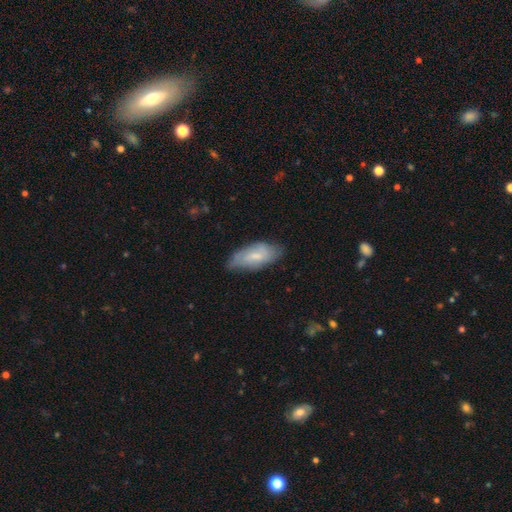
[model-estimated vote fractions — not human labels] smooth_or_featured: smooth (p=0.59) [alt: featured or disk p=0.34]
how_rounded: in between (p=0.84) [alt: cigar-shaped p=0.14]
merging: none (p=0.64) [alt: minor disturbance p=0.28]